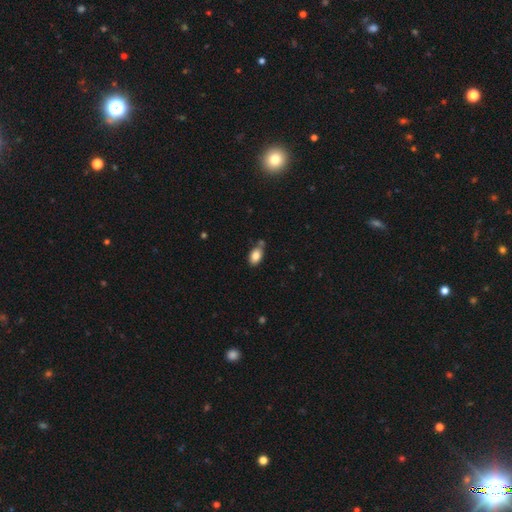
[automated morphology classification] smooth 84%, featured or disk 8%, star or artifact 8%. Down the decision tree: how rounded — in between (90%); merging — none (66%).